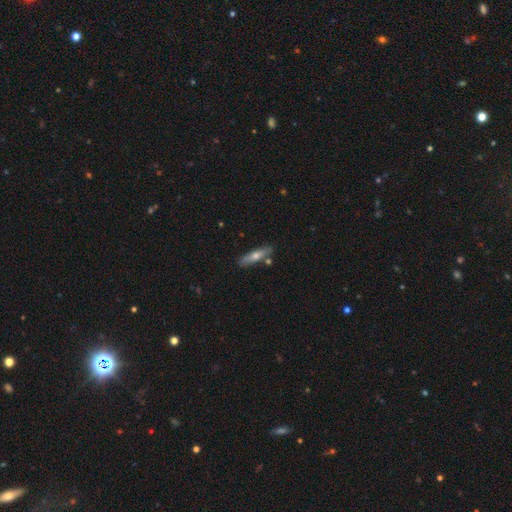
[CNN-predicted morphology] smooth-or-featured: smooth: 50% | featured or disk: 43% | star or artifact: 6%
  how-rounded: cigar-shaped: 78% | in between: 20% | round: 2%
  merging: none: 81% | minor disturbance: 12% | merger: 5% | major disturbance: 2%